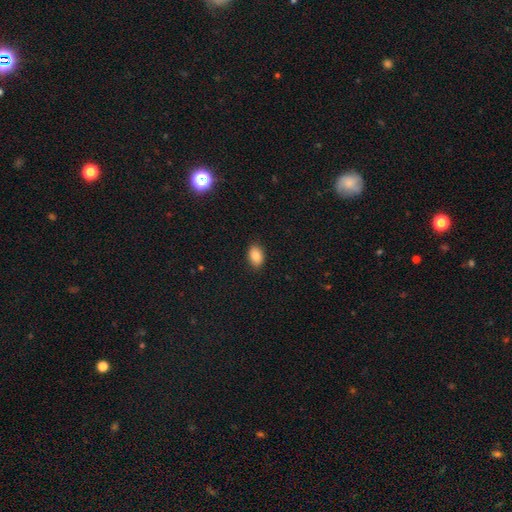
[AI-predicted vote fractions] Morphology: type=smooth (86%); roundness=in between (85%); merging=none (88%).